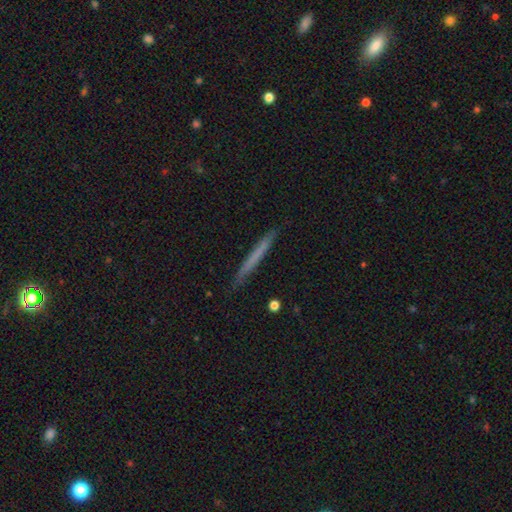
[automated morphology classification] smooth 56%, featured or disk 38%, star or artifact 6%. Down the decision tree: how rounded — cigar-shaped (97%); merging — none (90%).